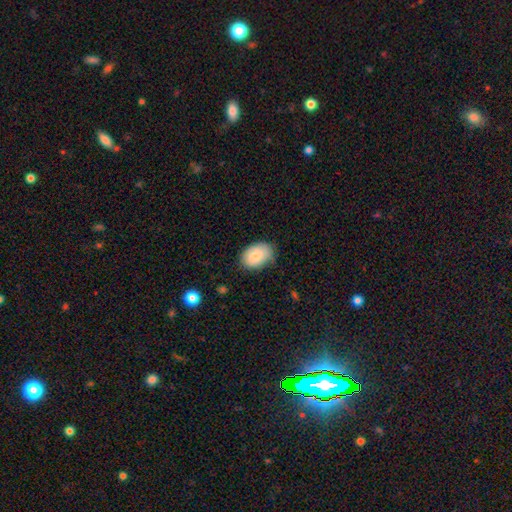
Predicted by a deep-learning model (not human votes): Overall: smooth (85%). How rounded: in between (86%). Merging: none (72%).